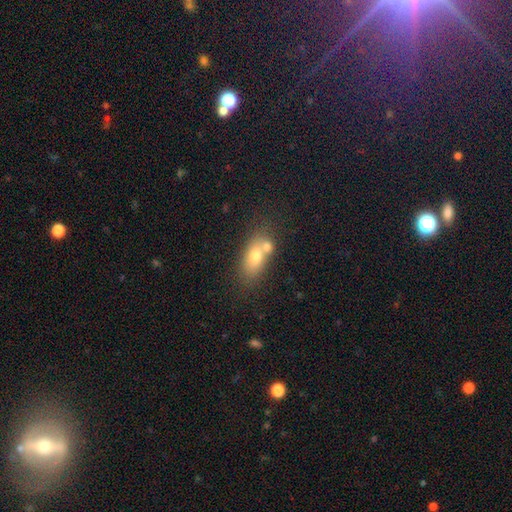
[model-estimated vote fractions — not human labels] Smooth or featured?
  - smooth: 68% *
  - featured or disk: 22%
  - star or artifact: 11%
How rounded?
  - in between: 77% *
  - round: 16%
  - cigar-shaped: 7%
Merging?
  - merger: 46% *
  - none: 40%
  - minor disturbance: 11%
  - major disturbance: 4%